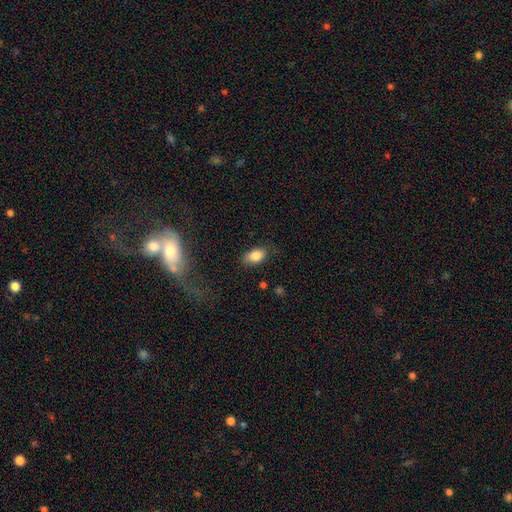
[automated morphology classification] Smooth or featured? Predicted: smooth (p=0.83). How rounded? Predicted: in between (p=0.89). Merging? Predicted: none (p=0.74).